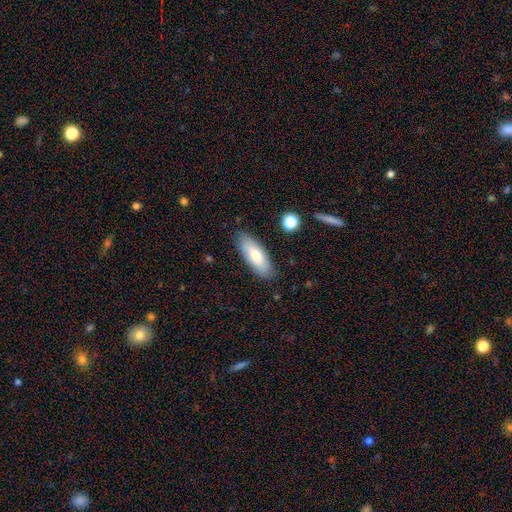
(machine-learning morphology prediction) smooth_or_featured: smooth (p=0.76) [alt: featured or disk p=0.18]
how_rounded: in between (p=0.70) [alt: cigar-shaped p=0.28]
merging: none (p=0.85) [alt: minor disturbance p=0.11]